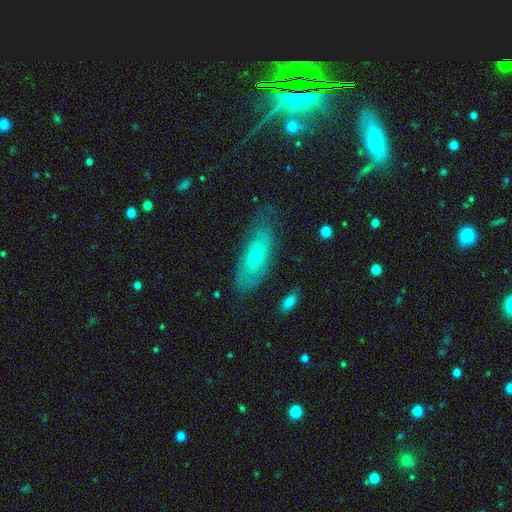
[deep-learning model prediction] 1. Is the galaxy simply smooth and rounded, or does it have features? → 55% smooth, 37% featured or disk, 8% star or artifact.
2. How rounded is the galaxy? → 63% in between, 34% cigar-shaped, 3% round.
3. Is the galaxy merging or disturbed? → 72% none, 21% minor disturbance, 6% major disturbance, 2% merger.